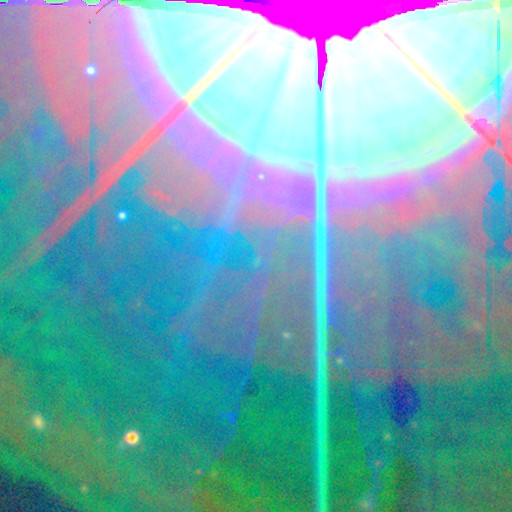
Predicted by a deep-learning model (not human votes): Morphology: type=star or artifact (85%).